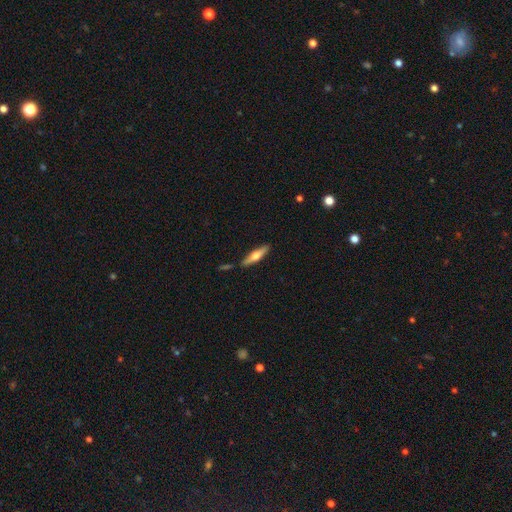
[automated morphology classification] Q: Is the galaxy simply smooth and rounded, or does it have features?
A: smooth — 48%.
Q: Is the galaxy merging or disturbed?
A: none — 82%.